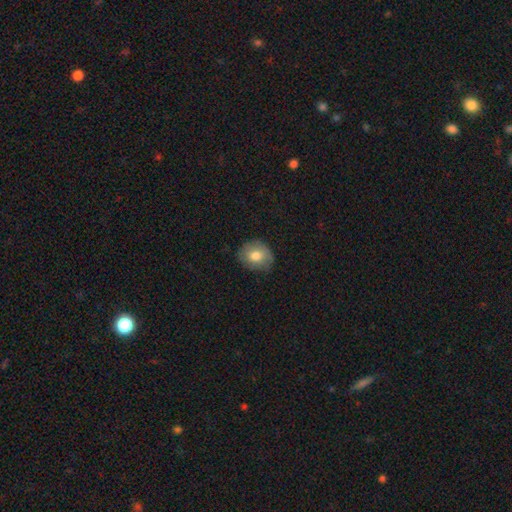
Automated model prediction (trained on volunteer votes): smooth_or_featured: smooth (p=0.75) [alt: featured or disk p=0.17]
how_rounded: round (p=0.65) [alt: in between p=0.34]
merging: none (p=0.74) [alt: minor disturbance p=0.20]